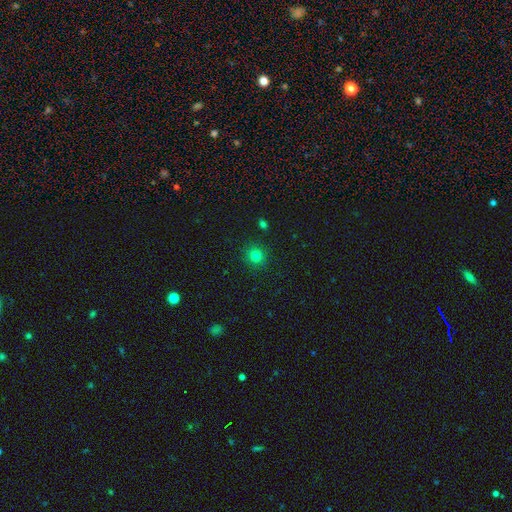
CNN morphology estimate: Smooth or featured?
  - smooth: 79% *
  - star or artifact: 16%
  - featured or disk: 6%
How rounded?
  - round: 91% *
  - in between: 8%
  - cigar-shaped: 1%
Merging?
  - none: 90% *
  - minor disturbance: 6%
  - major disturbance: 2%
  - merger: 1%